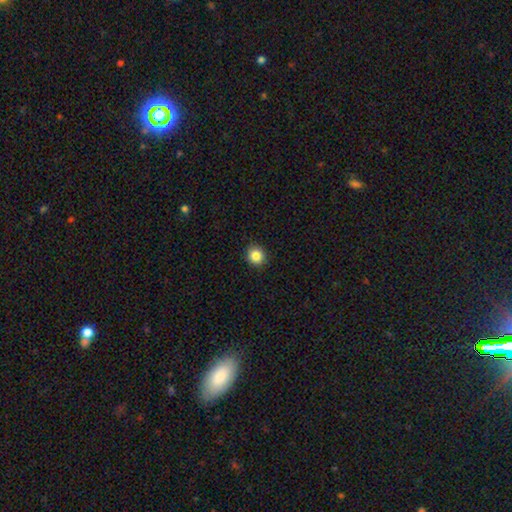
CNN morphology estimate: Smooth or featured: smooth — 85% (star or artifact — 10%)
How rounded: round — 86% (in between — 13%)
Merging: none — 91% (minor disturbance — 7%)